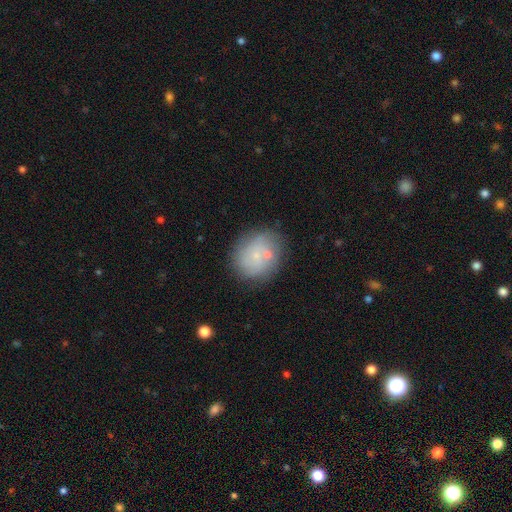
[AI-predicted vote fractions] Smooth or featured? Predicted: smooth (p=0.54). How rounded? Predicted: round (p=0.71). Merging? Predicted: none (p=0.63).